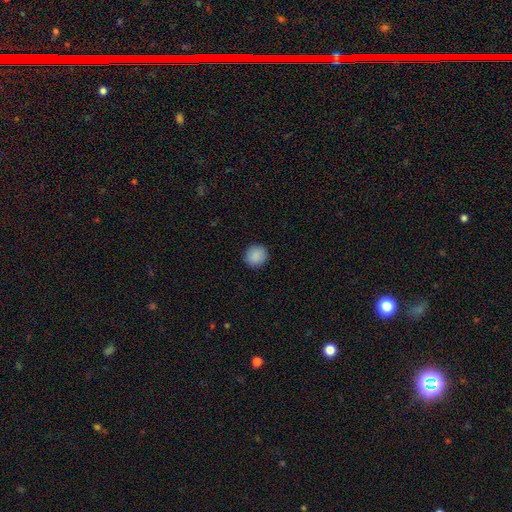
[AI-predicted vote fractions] smooth_or_featured: smooth (p=0.89) [alt: star or artifact p=0.08]
how_rounded: round (p=0.88) [alt: in between p=0.11]
merging: none (p=0.91) [alt: minor disturbance p=0.06]